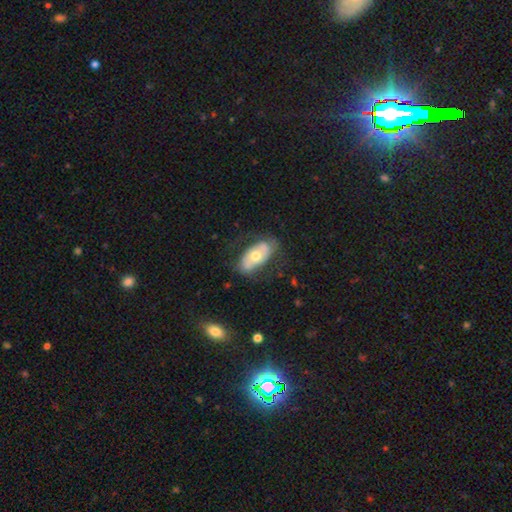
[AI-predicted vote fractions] Overall: featured or disk (52%; smooth 42%). Edge-on disk: no (88%). Merging: none (66%).